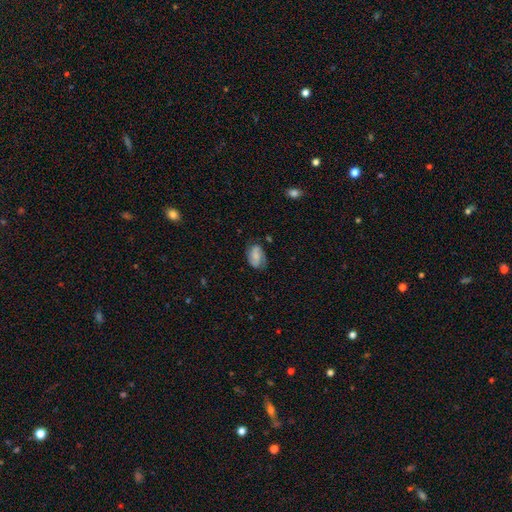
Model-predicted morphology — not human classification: smooth-or-featured: featured or disk: 55% | smooth: 37% | star or artifact: 8%
  disk-edge-on: no: 97% | yes: 3%
    bar: no: 45% | weak: 39% | strong: 16%
    has-spiral-arms: yes: 90% | no: 10%
    bulge-size: small: 43% | moderate: 27% | none: 23% | large: 5% | dominant: 2%
  merging: none: 70% | minor disturbance: 22% | major disturbance: 7% | merger: 2%